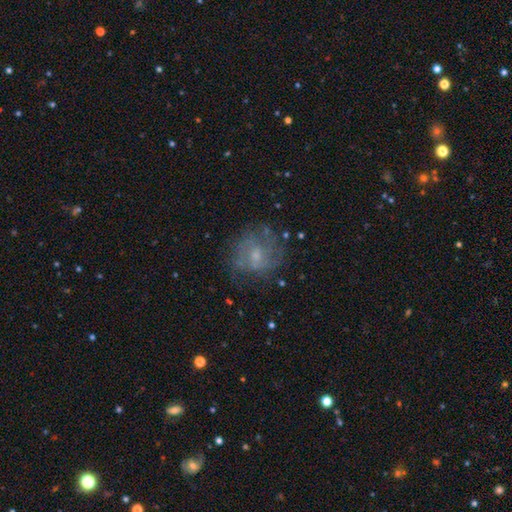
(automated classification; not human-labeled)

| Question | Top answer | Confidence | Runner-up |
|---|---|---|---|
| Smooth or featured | featured or disk | 61% | smooth (28%) |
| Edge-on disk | no | 97% | yes (3%) |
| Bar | no | 66% | weak (30%) |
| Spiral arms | yes | 68% | no (32%) |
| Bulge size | small | 59% | moderate (31%) |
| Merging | none | 67% | minor disturbance (18%) |